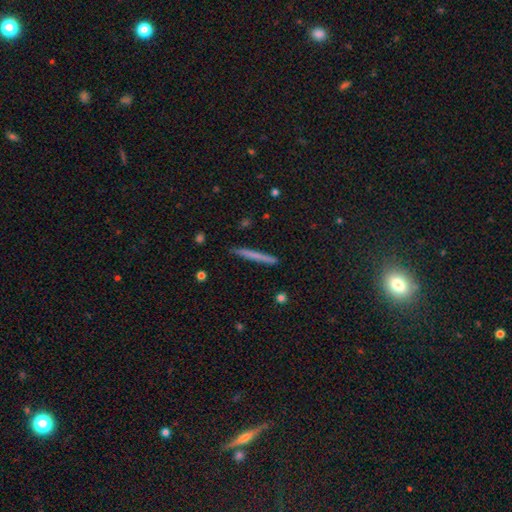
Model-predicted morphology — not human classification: Smooth or featured: smooth — 63% (featured or disk — 31%)
How rounded: cigar-shaped — 97% (in between — 2%)
Merging: none — 91% (minor disturbance — 7%)